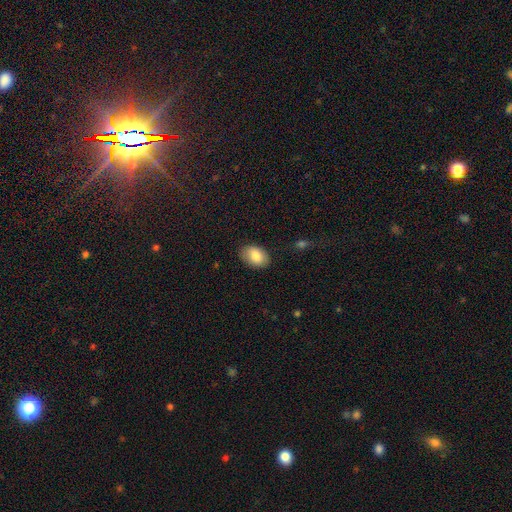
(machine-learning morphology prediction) Overall: smooth (84%). How rounded: in between (86%). Merging: none (86%).